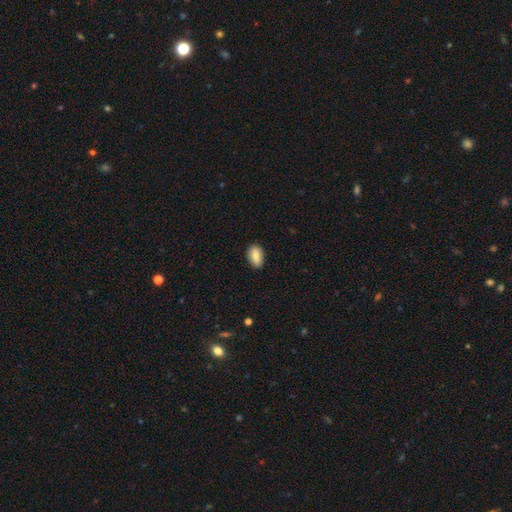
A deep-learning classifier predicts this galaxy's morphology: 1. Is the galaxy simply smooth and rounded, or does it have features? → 83% smooth, 10% featured or disk, 7% star or artifact.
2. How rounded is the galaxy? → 89% in between, 8% round, 3% cigar-shaped.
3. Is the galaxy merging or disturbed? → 84% none, 13% minor disturbance, 2% major disturbance, 1% merger.